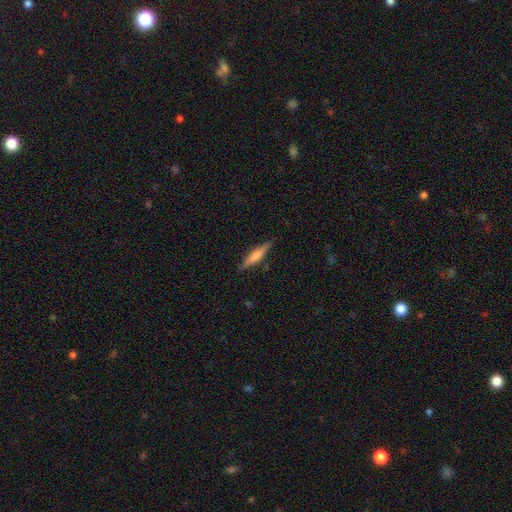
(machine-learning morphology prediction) This appears to be a smooth galaxy with no disk features (57%) that is cigar-shaped (85%). Merging: none (85%).